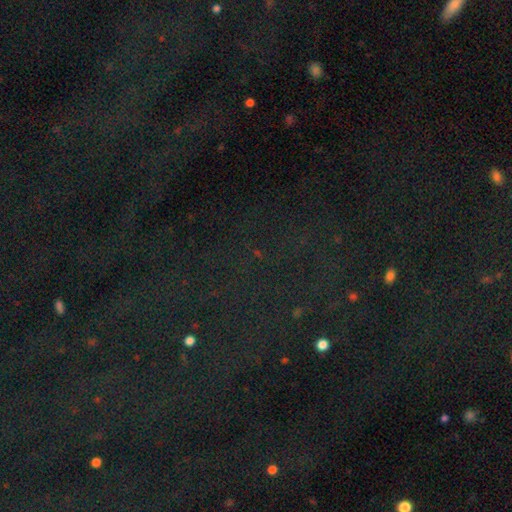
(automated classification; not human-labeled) Smooth or featured?
  - star or artifact: 80% *
  - smooth: 12%
  - featured or disk: 9%